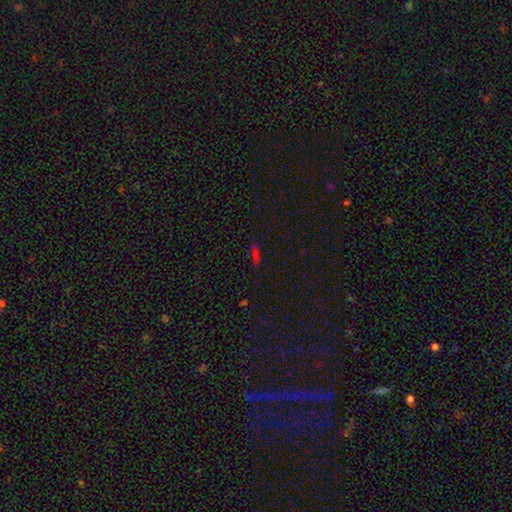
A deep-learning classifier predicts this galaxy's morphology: smooth 49%, star or artifact 40%, featured or disk 11%. Down the decision tree: merging — none (76%).